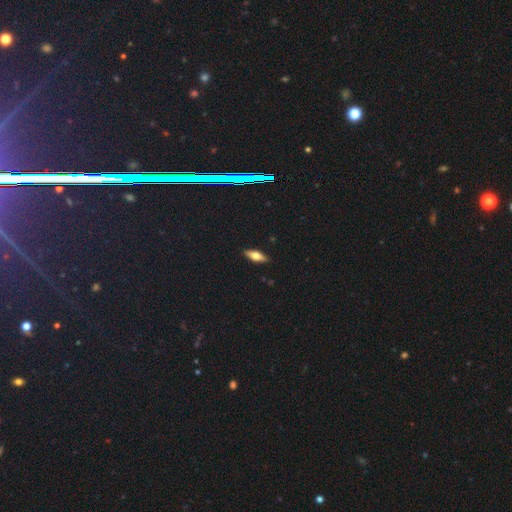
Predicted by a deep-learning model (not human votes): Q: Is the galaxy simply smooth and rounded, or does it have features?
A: smooth — 63%.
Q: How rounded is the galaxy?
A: in between — 72%.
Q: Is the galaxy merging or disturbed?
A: none — 89%.